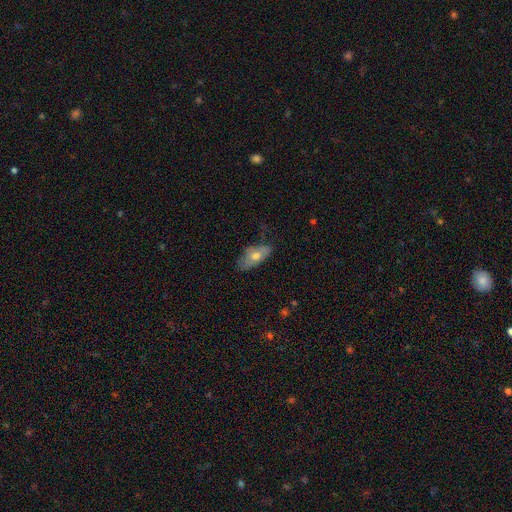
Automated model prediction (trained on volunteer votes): A smooth galaxy with no disk features (60%) that is in between round and cigar-shaped (84%). Merging: none (66%).